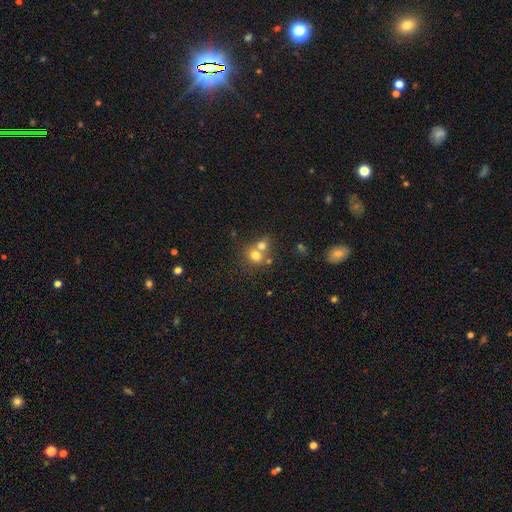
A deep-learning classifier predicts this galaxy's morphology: This appears to be a smooth galaxy with no disk features (71%) that is round (75%). Merging: merger (55%).